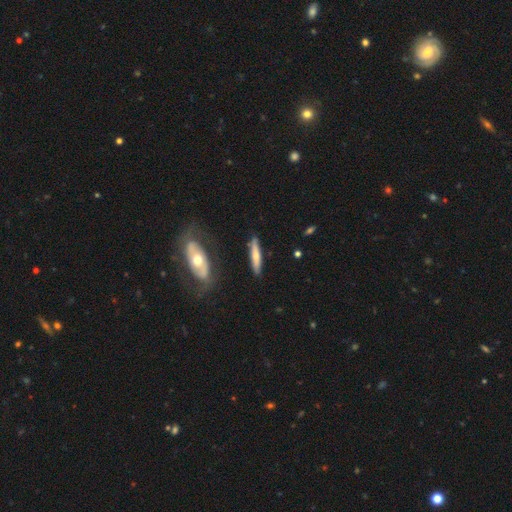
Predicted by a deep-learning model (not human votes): smooth 51%, featured or disk 44%, star or artifact 6%. Down the decision tree: how rounded — cigar-shaped (85%); merging — none (83%).